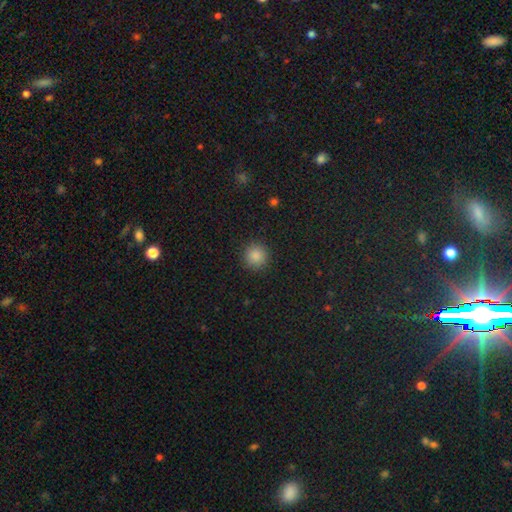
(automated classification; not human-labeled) This appears to be a smooth galaxy with no disk features (86%) that is round (94%). Merging: none (91%).